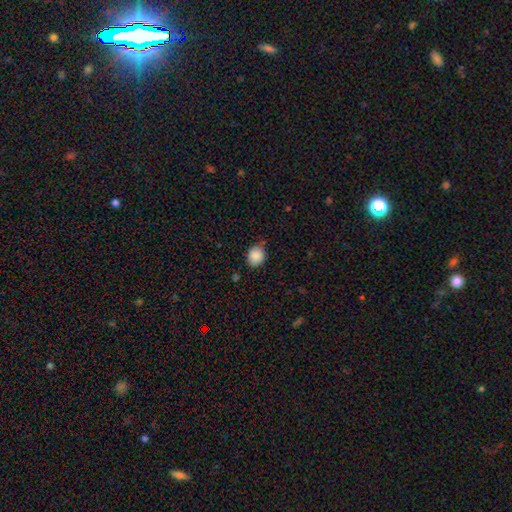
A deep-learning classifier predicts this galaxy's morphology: A smooth galaxy with no disk features (88%) that is round (63%).

Vote fractions:
- Smooth or featured? smooth: 88% / star or artifact: 8% / featured or disk: 4%
- How rounded? round: 63% / in between: 36% / cigar-shaped: 1%
- Merging? none: 71% / minor disturbance: 23% / major disturbance: 4% / merger: 2%